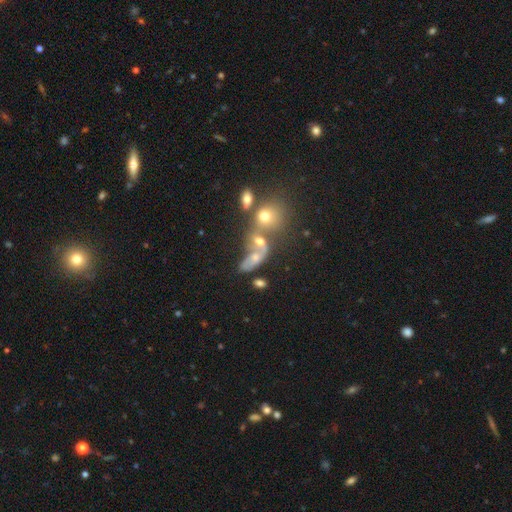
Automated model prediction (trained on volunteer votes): Smooth or featured: featured or disk — 44% (smooth — 39%)
Merging: merger — 55% (none — 20%)